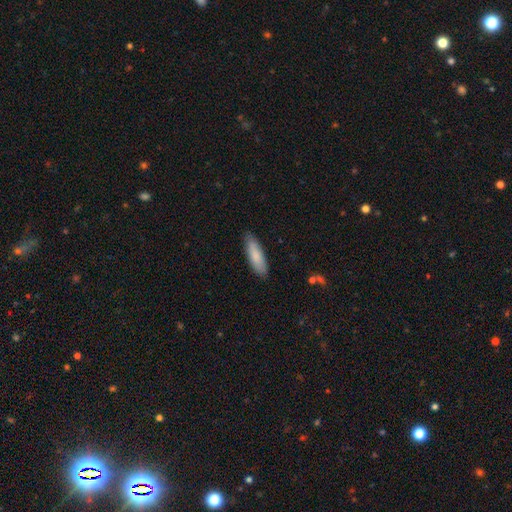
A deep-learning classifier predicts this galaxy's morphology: The model was most divided on "how rounded": cigar-shaped: 58%, in between: 41%, round: 1%. More confident: merging — none (86%); smooth or featured — smooth (84%).